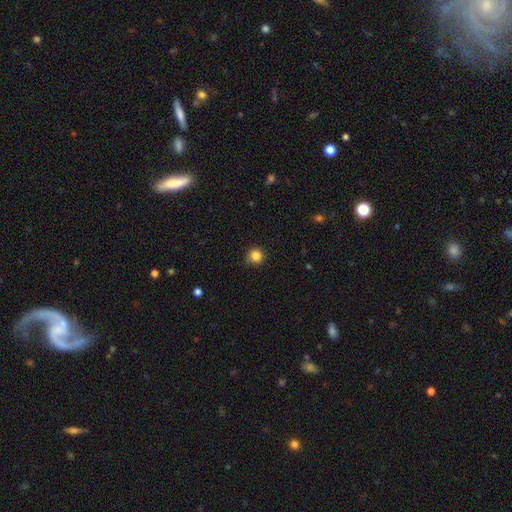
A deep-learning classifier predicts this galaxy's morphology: Overall: smooth (85%). How rounded: round (94%). Merging: none (86%).